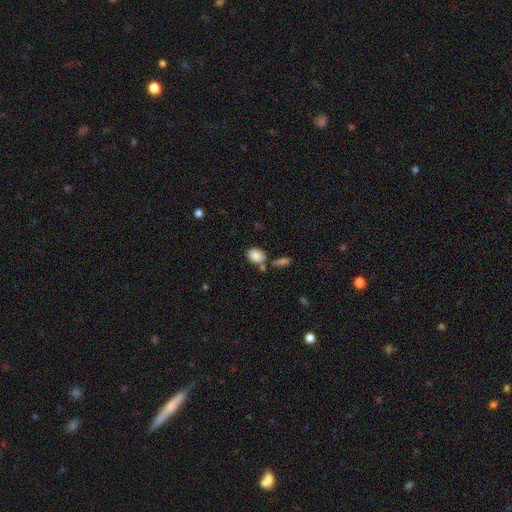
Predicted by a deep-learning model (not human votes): The model was most divided on "how rounded": in between: 67%, round: 32%, cigar-shaped: 2%. More confident: smooth or featured — smooth (86%); merging — none (63%).